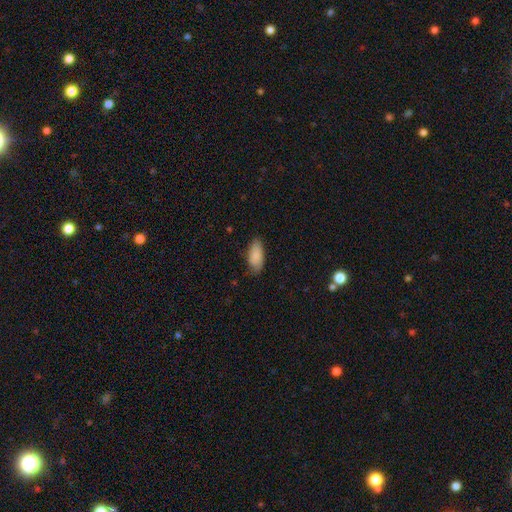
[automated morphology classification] Overall: smooth (86%). How rounded: in between (88%). Merging: none (77%).